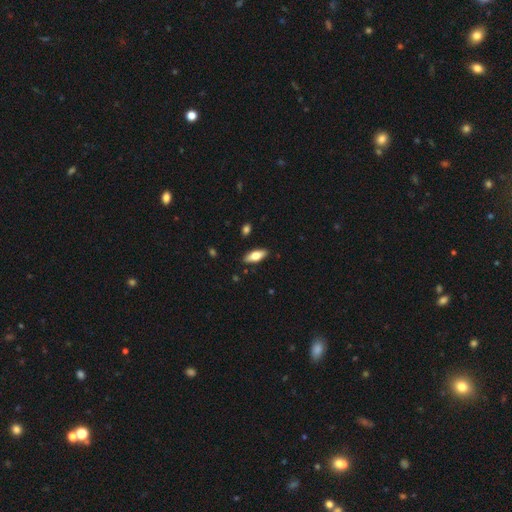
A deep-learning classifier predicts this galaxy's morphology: This is likely a smooth galaxy (65%). How rounded: likely in between (74%). Merging: clearly none (88%).